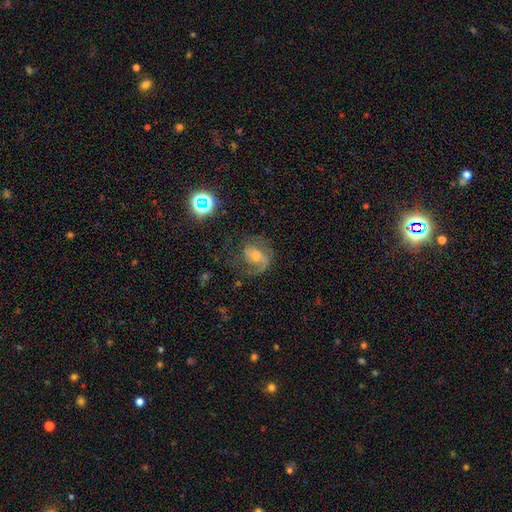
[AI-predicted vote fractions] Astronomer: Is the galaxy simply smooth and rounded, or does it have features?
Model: featured or disk — 71%.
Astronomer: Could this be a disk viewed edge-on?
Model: no — 97%.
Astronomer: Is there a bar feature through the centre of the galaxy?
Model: no — 44% (runner-up: weak, 41%).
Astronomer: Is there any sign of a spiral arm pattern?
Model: yes — 90%.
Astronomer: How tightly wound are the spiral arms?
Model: medium — 47% (runner-up: tight, 28%).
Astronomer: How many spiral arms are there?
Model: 2 — 46% (runner-up: 1, 38%).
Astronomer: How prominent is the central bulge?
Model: moderate — 46% (runner-up: small, 45%).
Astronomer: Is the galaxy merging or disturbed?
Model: none — 54%.